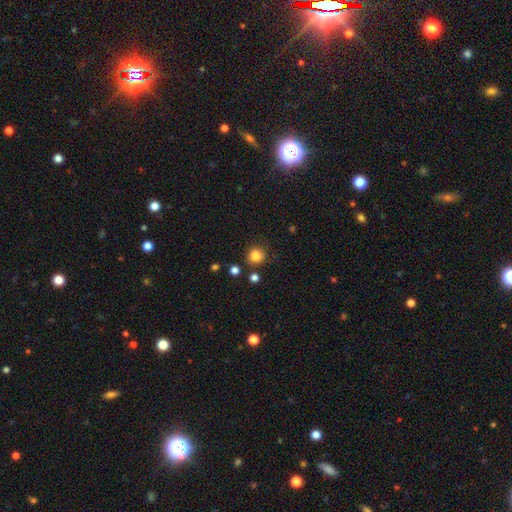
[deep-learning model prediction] The model was most divided on "merging": none: 80%, minor disturbance: 12%, merger: 4%, major disturbance: 4%. More confident: how rounded — round (89%); smooth or featured — smooth (84%).